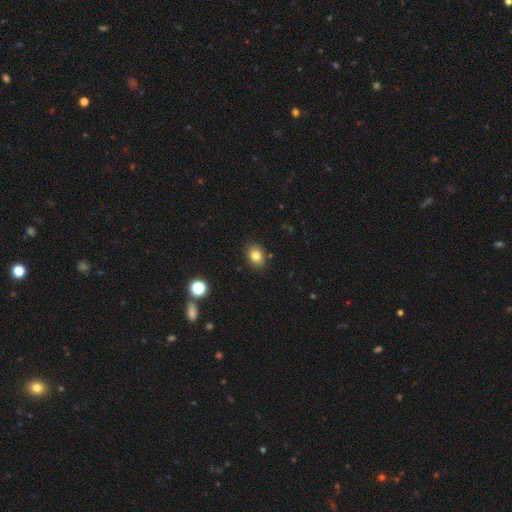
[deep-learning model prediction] Overall: smooth (82%). How rounded: in between (54%; round 45%). Merging: none (86%).